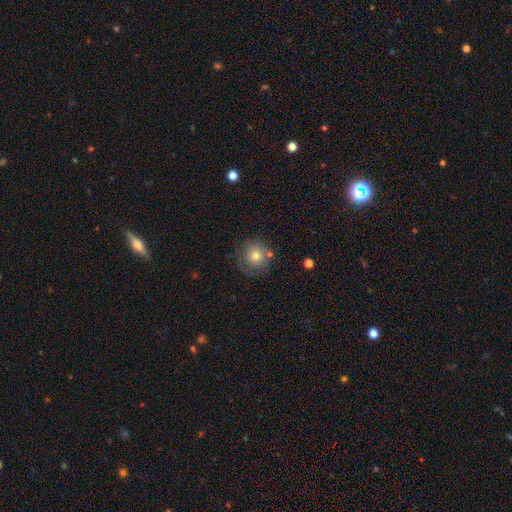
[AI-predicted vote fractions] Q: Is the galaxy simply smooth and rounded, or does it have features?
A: smooth — 73%.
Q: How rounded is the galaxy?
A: round — 93%.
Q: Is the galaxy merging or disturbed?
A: none — 73%.